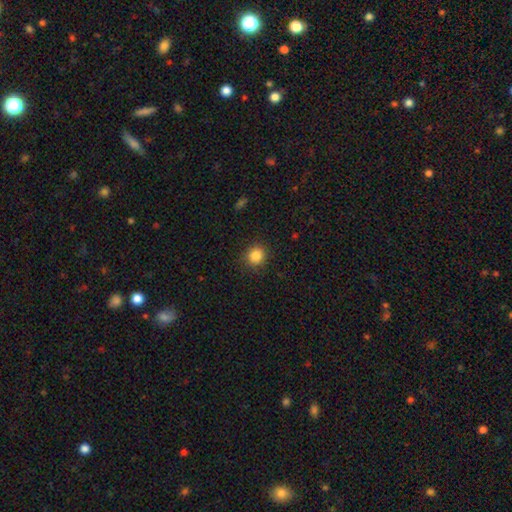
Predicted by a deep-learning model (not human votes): Morphology: type=smooth (85%); roundness=round (87%); merging=none (88%).